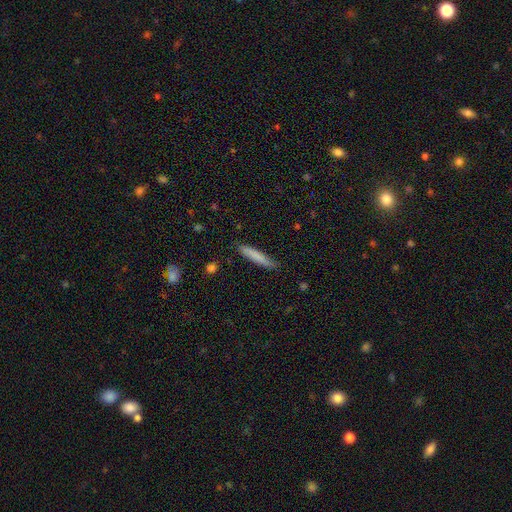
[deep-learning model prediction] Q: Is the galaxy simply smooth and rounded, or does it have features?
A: smooth — 79%.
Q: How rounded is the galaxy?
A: cigar-shaped — 92%.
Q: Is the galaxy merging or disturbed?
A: none — 82%.